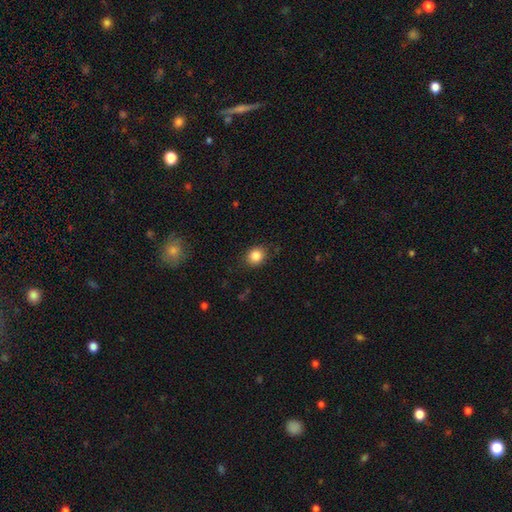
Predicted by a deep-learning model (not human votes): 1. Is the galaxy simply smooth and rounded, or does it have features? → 85% smooth, 10% star or artifact, 5% featured or disk.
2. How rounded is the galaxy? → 67% round, 32% in between, 1% cigar-shaped.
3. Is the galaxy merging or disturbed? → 84% none, 11% minor disturbance, 3% major disturbance, 1% merger.